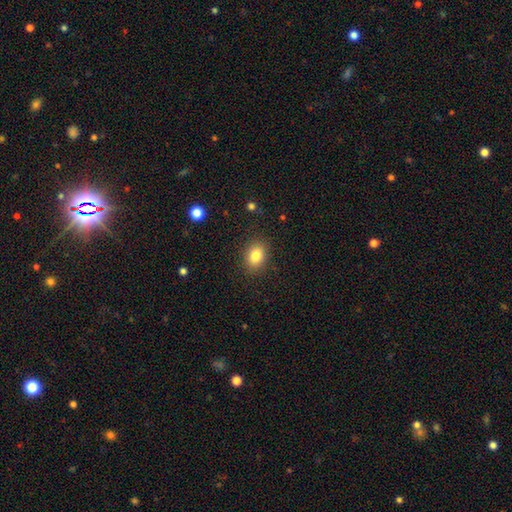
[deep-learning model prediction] A smooth galaxy with no disk features (84%) that is in between round and cigar-shaped (69%).

Vote fractions:
- Smooth or featured? smooth: 84% / star or artifact: 9% / featured or disk: 7%
- How rounded? in between: 69% / round: 30% / cigar-shaped: 1%
- Merging? none: 87% / minor disturbance: 9% / major disturbance: 3% / merger: 1%